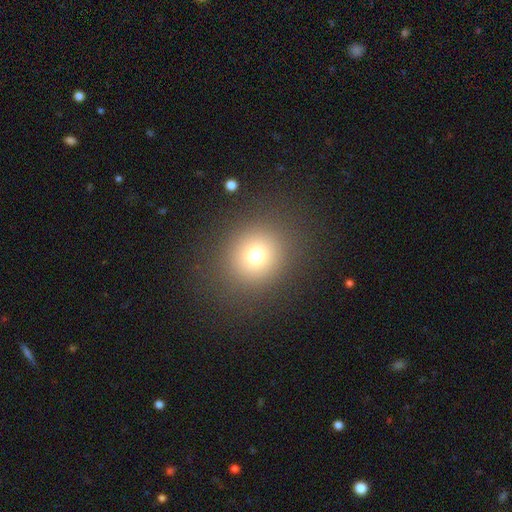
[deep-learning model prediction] Smooth or featured? Predicted: smooth (p=0.72). How rounded? Predicted: round (p=0.84). Merging? Predicted: none (p=0.87).